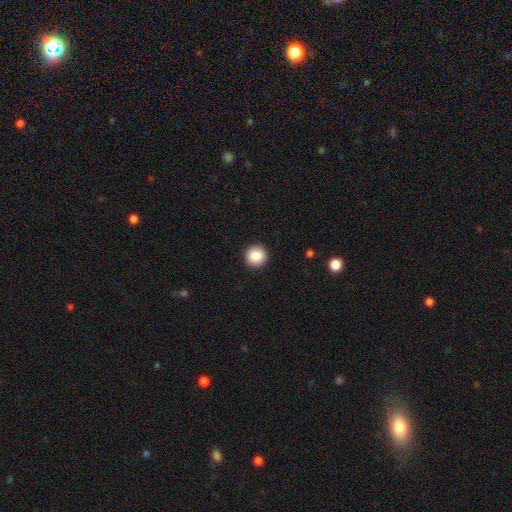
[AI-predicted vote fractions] smooth 88%, star or artifact 8%, featured or disk 4%. Down the decision tree: how rounded — round (95%); merging — none (93%).